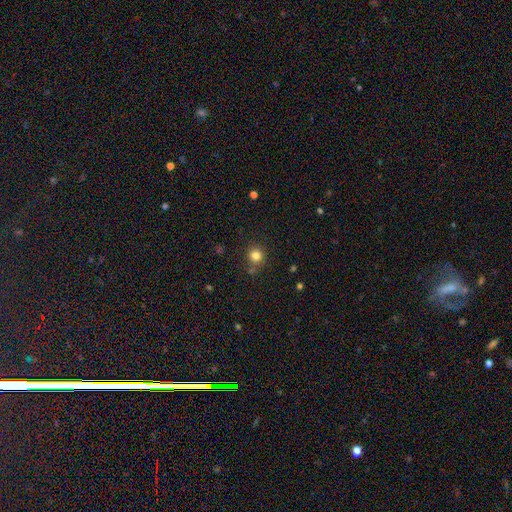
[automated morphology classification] Smooth or featured? Predicted: smooth (p=0.81). How rounded? Predicted: round (p=0.91). Merging? Predicted: none (p=0.81).